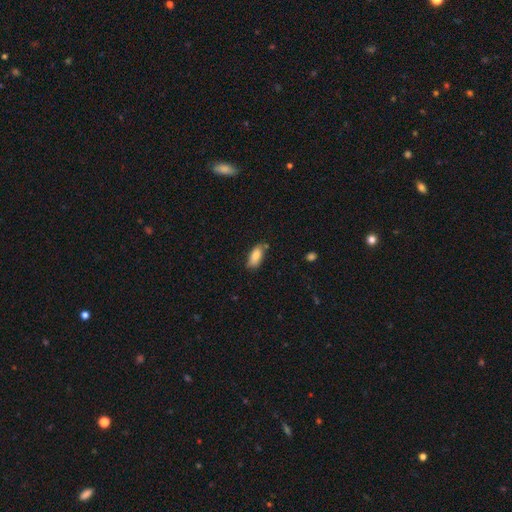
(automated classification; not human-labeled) Smooth or featured: smooth — 86% (featured or disk — 7%)
How rounded: in between — 87% (cigar-shaped — 11%)
Merging: none — 72% (minor disturbance — 20%)